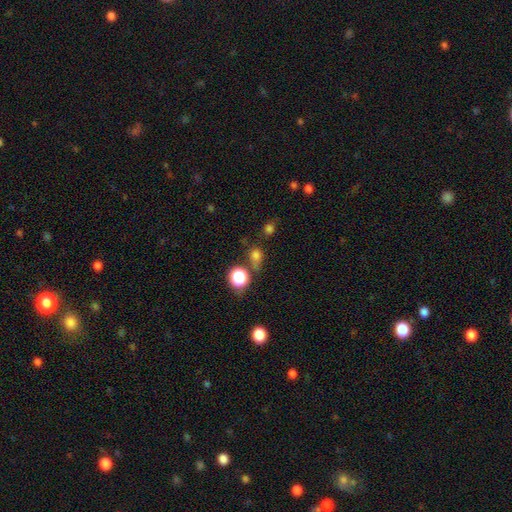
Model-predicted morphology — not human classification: smooth-or-featured: smooth: 69% | star or artifact: 24% | featured or disk: 7%
  how-rounded: round: 66% | in between: 32% | cigar-shaped: 2%
  merging: none: 60% | minor disturbance: 18% | merger: 13% | major disturbance: 9%